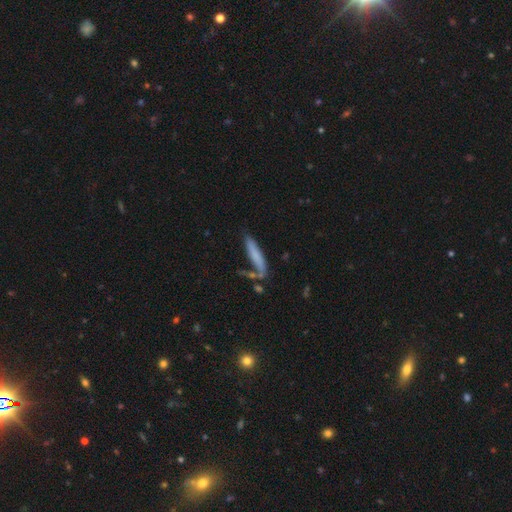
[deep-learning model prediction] Q: Smooth or featured?
A: smooth (67%); runner-up: featured or disk (25%)
Q: How rounded?
A: cigar-shaped (87%); runner-up: in between (11%)
Q: Merging?
A: none (60%); runner-up: minor disturbance (18%)